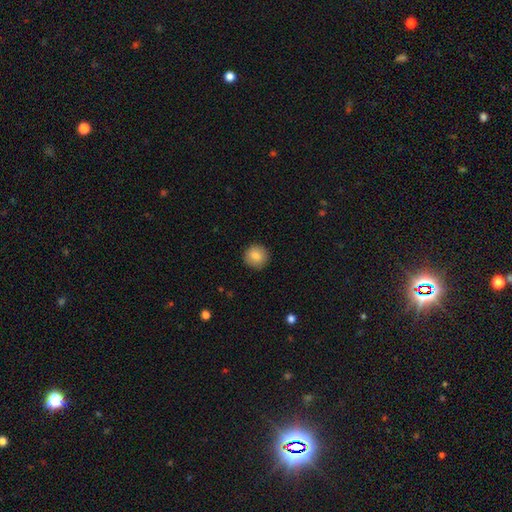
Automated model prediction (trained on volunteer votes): smooth 84%, star or artifact 8%, featured or disk 8%. Down the decision tree: how rounded — round (94%); merging — none (91%).